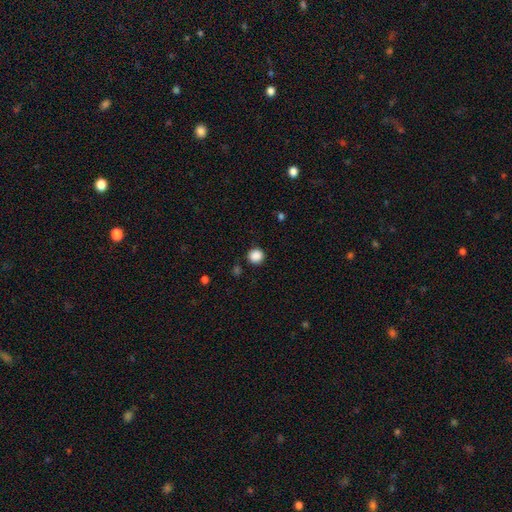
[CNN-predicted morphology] Smooth or featured? Predicted: smooth (p=0.87). How rounded? Predicted: round (p=0.93). Merging? Predicted: none (p=0.89).